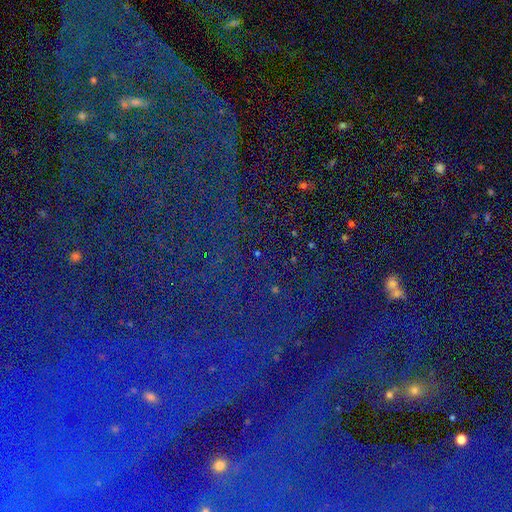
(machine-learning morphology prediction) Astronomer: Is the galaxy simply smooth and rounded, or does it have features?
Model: star or artifact — 85%.